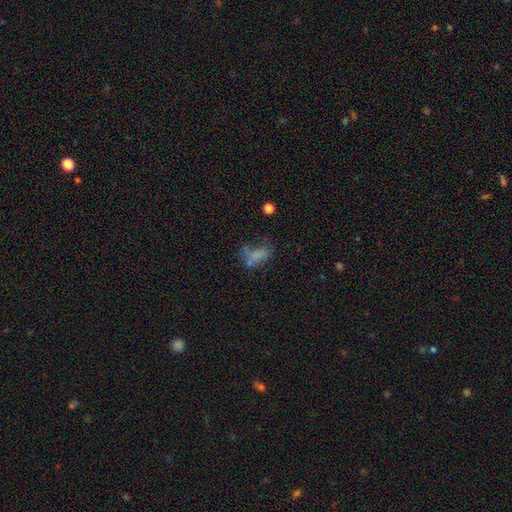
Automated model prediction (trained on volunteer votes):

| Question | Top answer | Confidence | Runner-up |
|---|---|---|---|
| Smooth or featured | smooth | 58% | featured or disk (26%) |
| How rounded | in between | 82% | round (10%) |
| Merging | none | 34% | major disturbance (31%) |